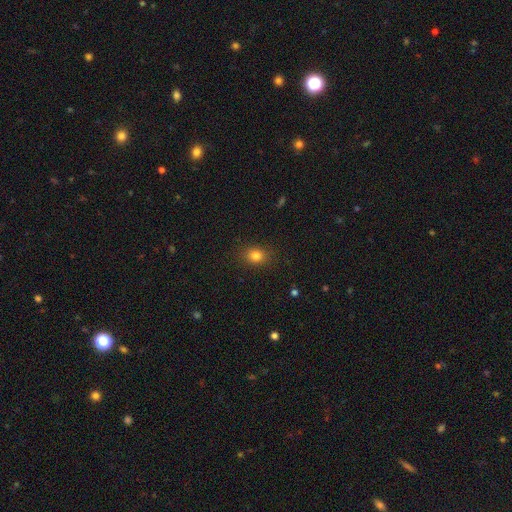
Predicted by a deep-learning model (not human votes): Overall: smooth (82%). How rounded: in between (50%; round 49%). Merging: none (87%).